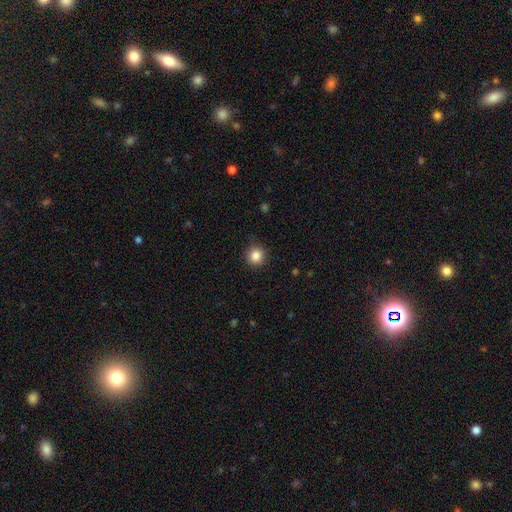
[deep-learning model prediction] Smooth or featured?
  - smooth: 85% *
  - star or artifact: 10%
  - featured or disk: 4%
How rounded?
  - round: 93% *
  - in between: 6%
  - cigar-shaped: 1%
Merging?
  - none: 89% *
  - minor disturbance: 8%
  - major disturbance: 2%
  - merger: 1%